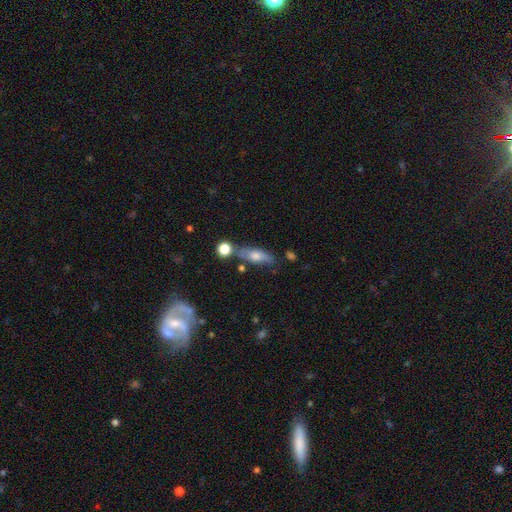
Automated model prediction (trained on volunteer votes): Smooth or featured? smooth (58%)
How rounded? in between (53%)
Merging? none (63%)